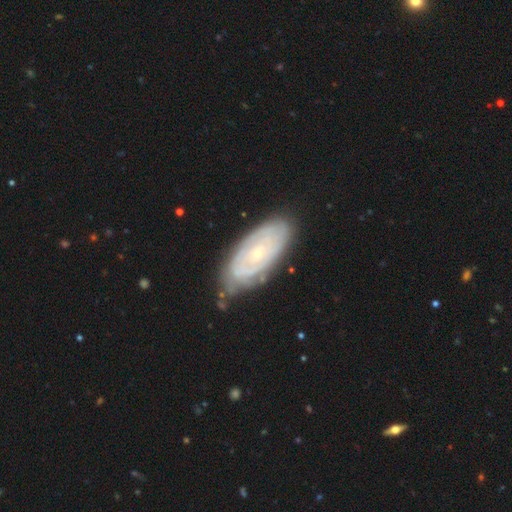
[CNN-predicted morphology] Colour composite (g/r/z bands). It shows a featured or disk galaxy (69%) with no bar (79%), spiral arms (77%) and a small central bulge (76%). Merging: none (70%).